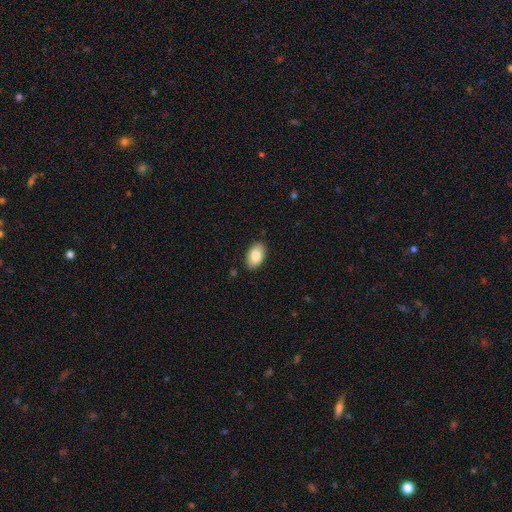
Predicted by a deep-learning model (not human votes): This is clearly a smooth galaxy (84%). How rounded: clearly in between (93%). Merging: clearly none (87%).